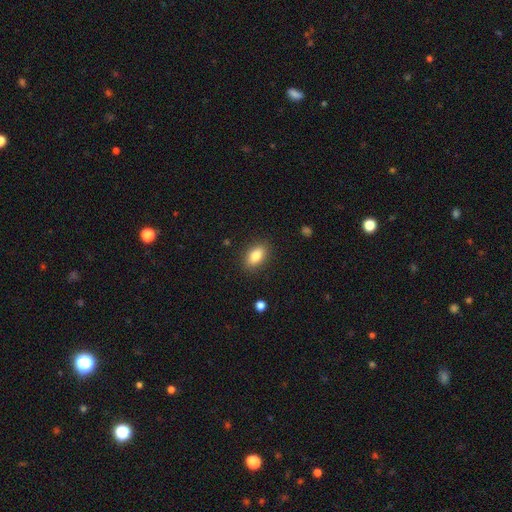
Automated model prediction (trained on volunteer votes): Morphology: type=smooth (83%); roundness=in between (86%); merging=none (87%).